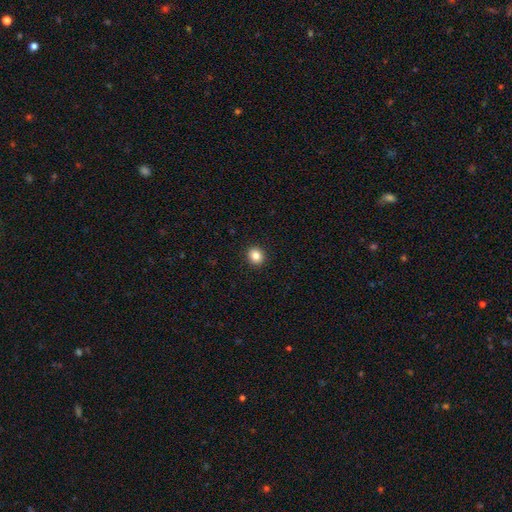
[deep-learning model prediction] Smooth or featured? smooth (84%)
How rounded? round (87%)
Merging? none (93%)